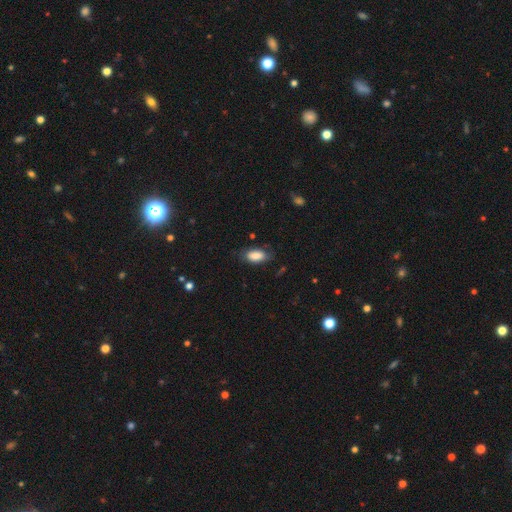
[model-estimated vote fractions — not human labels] Smooth or featured? smooth (84%)
How rounded? in between (90%)
Merging? none (73%)